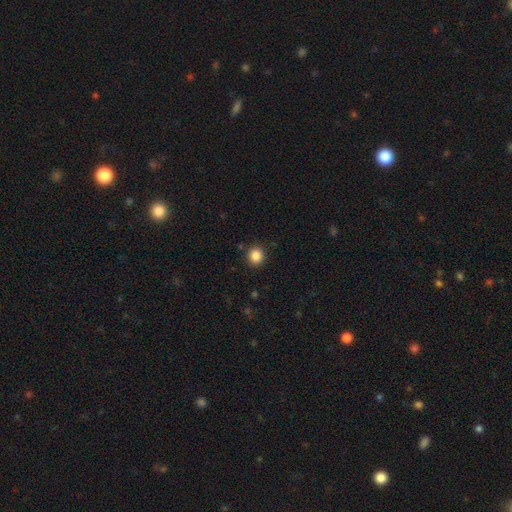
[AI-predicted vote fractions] Smooth or featured: smooth — 86% (star or artifact — 10%)
How rounded: round — 88% (in between — 11%)
Merging: none — 90% (minor disturbance — 7%)